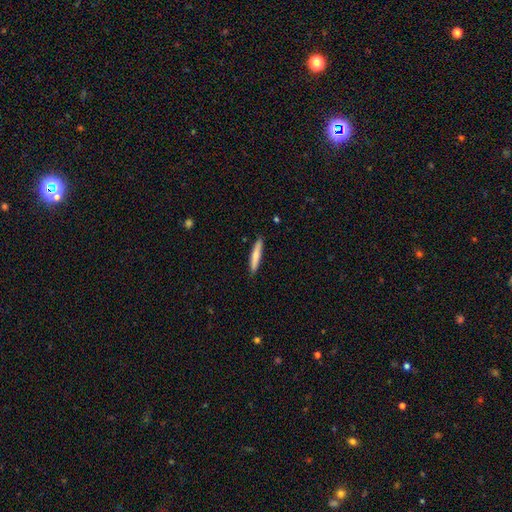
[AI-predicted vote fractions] Morphology: type=smooth (77%); roundness=cigar-shaped (92%); merging=none (88%).